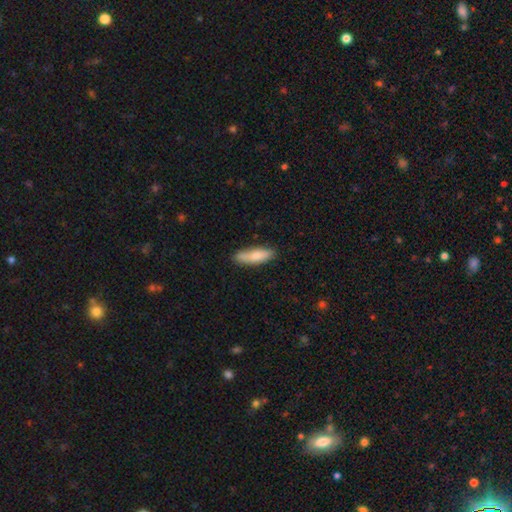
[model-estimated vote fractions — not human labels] This is clearly a smooth galaxy (81%). How rounded: possibly cigar-shaped (53%). Merging: likely none (80%).